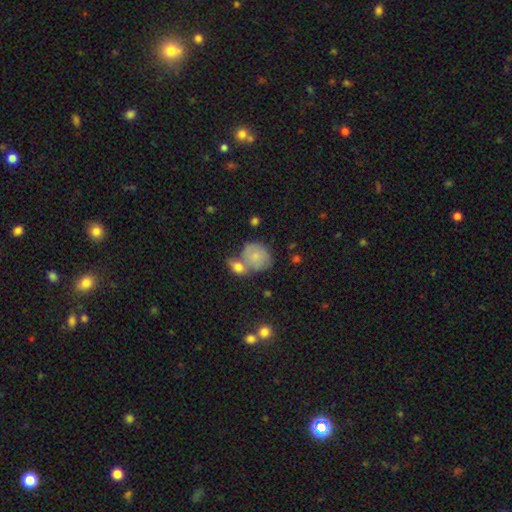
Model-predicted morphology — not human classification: A smooth galaxy with no disk features (74%) that is round (62%). Merging: merger (43%).